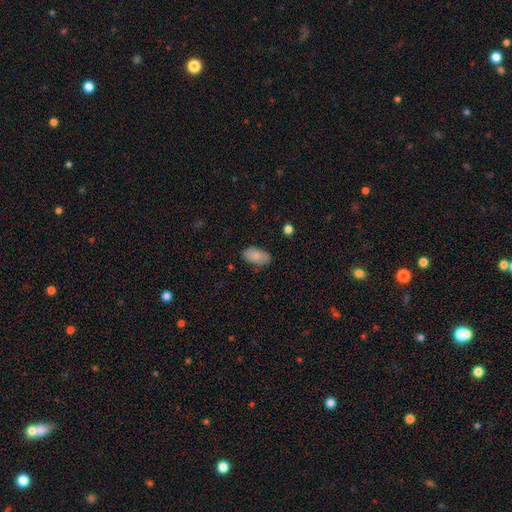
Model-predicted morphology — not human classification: smooth-or-featured: smooth: 83% | featured or disk: 10% | star or artifact: 7%
  how-rounded: in between: 94% | round: 4% | cigar-shaped: 2%
  merging: none: 77% | minor disturbance: 17% | major disturbance: 4% | merger: 2%